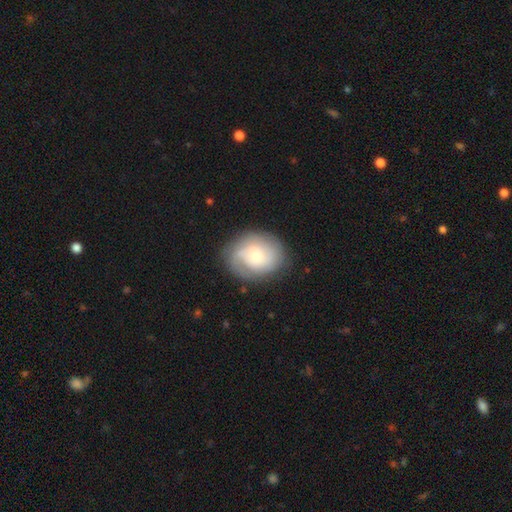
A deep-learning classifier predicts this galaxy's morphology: A featured or disk galaxy (63%) with no bar (68%), 2 (45%) tight (51%) spiral arms (91%) and a small central bulge (48%).

Vote fractions:
- Smooth or featured? featured or disk: 63% / smooth: 29% / star or artifact: 7%
- Edge-on disk? no: 98% / yes: 2%
- Bar? no: 68% / weak: 27% / strong: 4%
- Spiral arms? yes: 91% / no: 9%
- Spiral winding? tight: 51% / medium: 36% / loose: 12%
- Spiral arm count? 2: 45% / can't tell: 26% / 3: 15% / 1: 6% / 4: 4% / more than 4: 3%
- Bulge size? small: 48% / moderate: 37% / large: 9% / none: 4% / dominant: 2%
- Merging? none: 80% / minor disturbance: 14% / major disturbance: 5% / merger: 1%